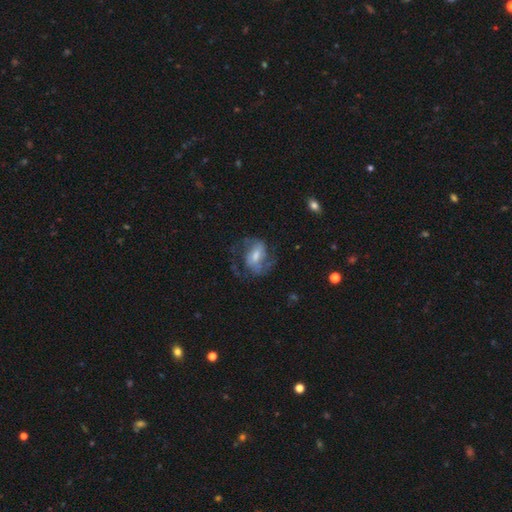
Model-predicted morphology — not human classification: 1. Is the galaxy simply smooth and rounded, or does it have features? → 70% featured or disk, 23% smooth, 7% star or artifact.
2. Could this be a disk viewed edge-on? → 97% no, 3% yes.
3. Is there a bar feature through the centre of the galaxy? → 49% weak, 27% no, 24% strong.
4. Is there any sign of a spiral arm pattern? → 87% yes, 13% no.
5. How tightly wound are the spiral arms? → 50% medium, 31% loose, 19% tight.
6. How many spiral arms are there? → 75% 2, 12% can't tell, 5% 1, 5% 3, 2% 4, 2% more than 4.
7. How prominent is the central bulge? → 46% moderate, 30% small, 14% large, 8% none, 2% dominant.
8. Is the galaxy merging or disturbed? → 52% none, 25% major disturbance, 21% minor disturbance, 2% merger.